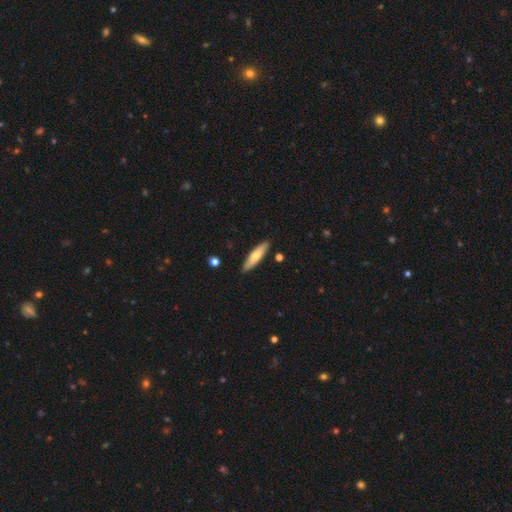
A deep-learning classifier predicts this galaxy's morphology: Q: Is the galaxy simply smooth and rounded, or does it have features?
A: smooth — 66%.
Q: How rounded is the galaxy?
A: cigar-shaped — 73%.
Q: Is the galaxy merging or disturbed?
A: none — 88%.